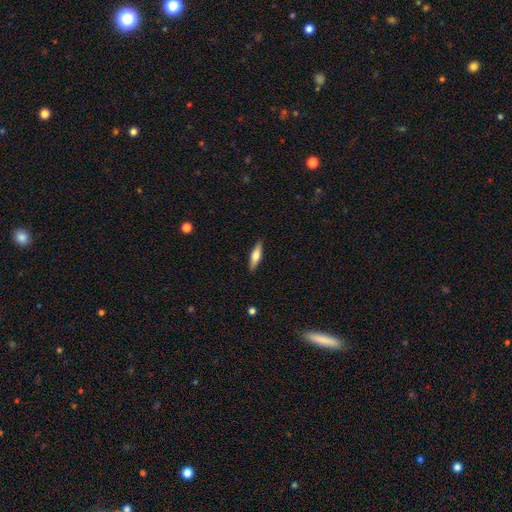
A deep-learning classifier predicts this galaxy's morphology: This is likely a smooth galaxy (62%). How rounded: possibly cigar-shaped (59%). Merging: clearly none (89%).